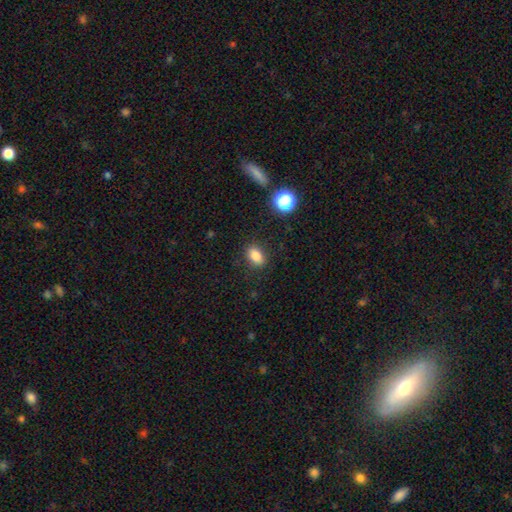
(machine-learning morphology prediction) This appears to be a smooth galaxy with no disk features (84%) that is in between round and cigar-shaped (83%). Merging: none (86%).